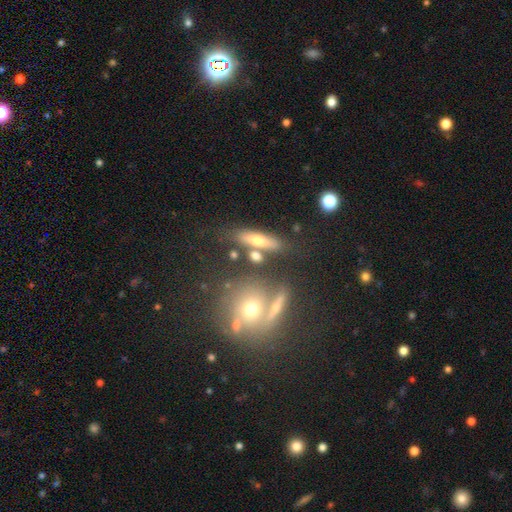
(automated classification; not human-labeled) Overall: smooth (58%; featured or disk 30%). How rounded: cigar-shaped (48%; in between 39%). Merging: none (65%).